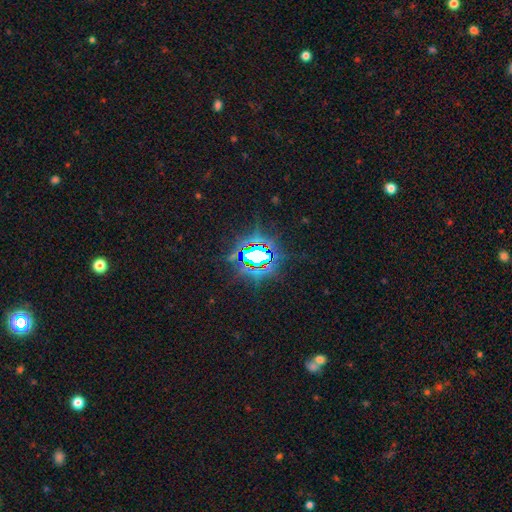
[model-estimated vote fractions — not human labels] Overall: star or artifact (77%).